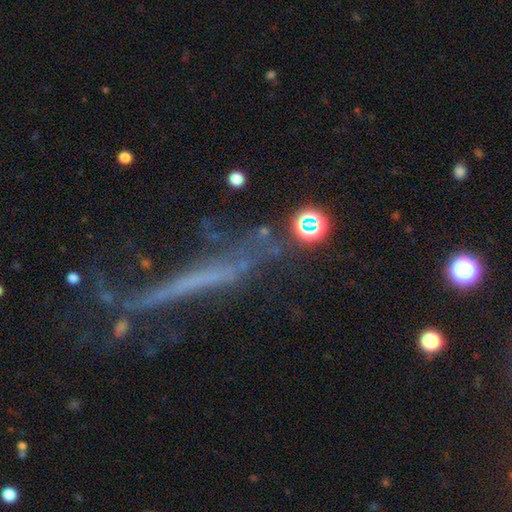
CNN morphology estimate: A featured or disk galaxy (51%) viewed edge-on (74%). Merging: none (47%).